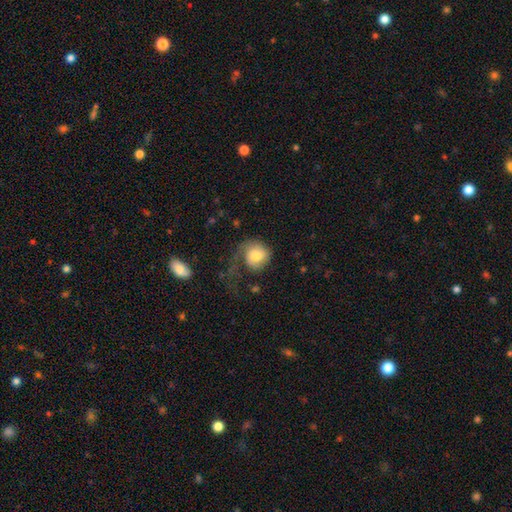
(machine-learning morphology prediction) Smooth or featured? smooth (65%)
How rounded? round (77%)
Merging? major disturbance (43%)